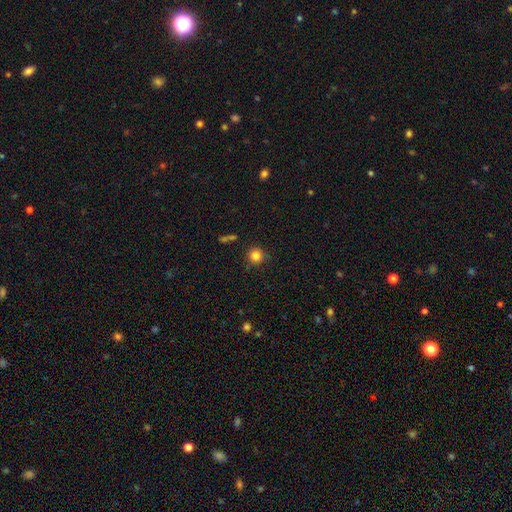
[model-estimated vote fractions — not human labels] Q: Smooth or featured?
A: smooth (84%); runner-up: star or artifact (11%)
Q: How rounded?
A: round (93%); runner-up: in between (6%)
Q: Merging?
A: none (84%); runner-up: minor disturbance (10%)